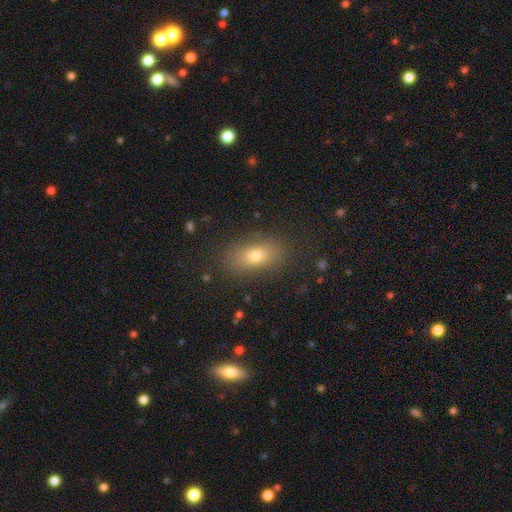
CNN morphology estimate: Smooth or featured: smooth — 74% (featured or disk — 14%)
How rounded: in between — 83% (round — 9%)
Merging: none — 84% (minor disturbance — 11%)